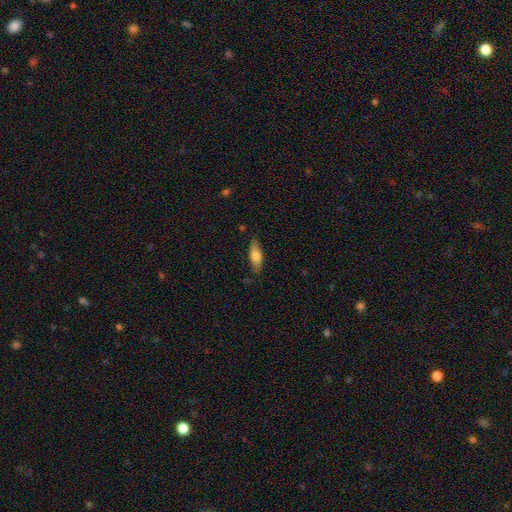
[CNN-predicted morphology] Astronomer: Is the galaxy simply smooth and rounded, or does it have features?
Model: smooth — 71%.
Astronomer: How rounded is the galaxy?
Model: in between — 58% (runner-up: cigar-shaped, 39%).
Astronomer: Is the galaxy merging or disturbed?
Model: none — 81%.